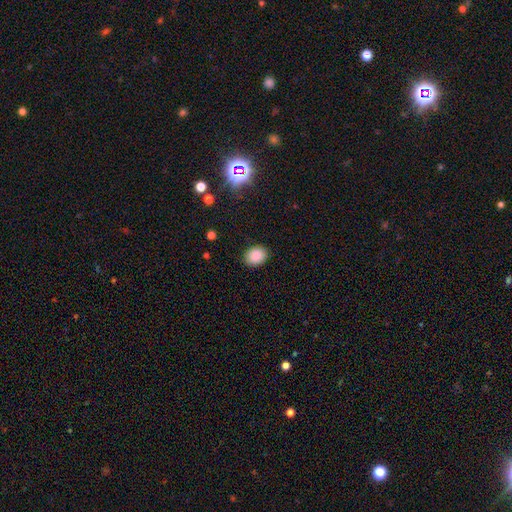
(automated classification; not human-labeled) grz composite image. It shows a smooth galaxy with no disk features (88%) that is in between round and cigar-shaped (55%). Merging: none (89%).